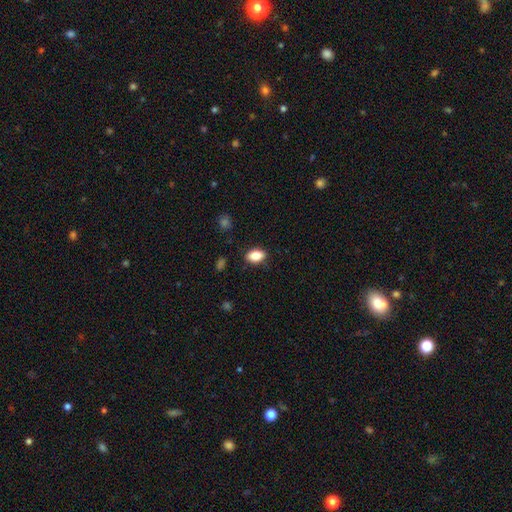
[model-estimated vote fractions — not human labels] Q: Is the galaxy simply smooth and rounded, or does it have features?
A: smooth — 86%.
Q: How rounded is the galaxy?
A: in between — 88%.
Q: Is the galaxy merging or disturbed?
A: none — 87%.